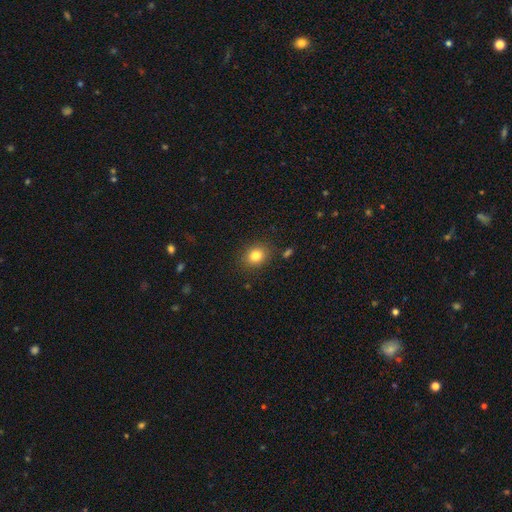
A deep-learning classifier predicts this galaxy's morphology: type=smooth (82%); roundness=round (62%); merging=none (86%).